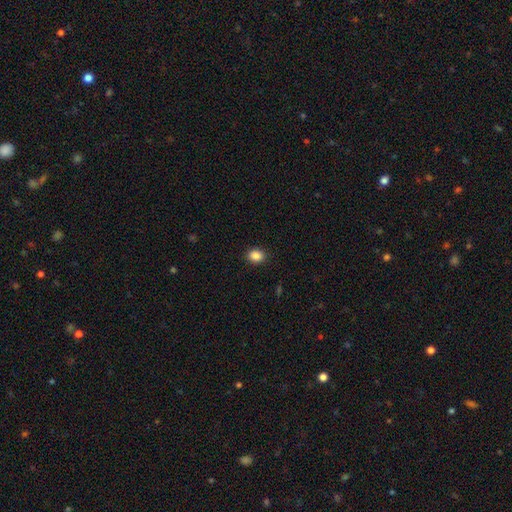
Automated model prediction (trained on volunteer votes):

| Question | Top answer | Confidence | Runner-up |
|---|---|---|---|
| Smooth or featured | smooth | 88% | star or artifact (9%) |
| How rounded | in between | 51% | round (48%) |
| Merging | none | 90% | minor disturbance (7%) |